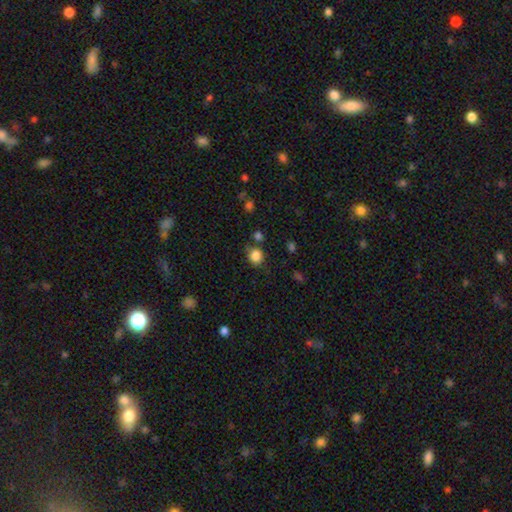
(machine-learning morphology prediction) Smooth or featured?
  - smooth: 85% *
  - star or artifact: 11%
  - featured or disk: 4%
How rounded?
  - round: 78% *
  - in between: 21%
  - cigar-shaped: 1%
Merging?
  - none: 75% *
  - minor disturbance: 14%
  - merger: 7%
  - major disturbance: 4%